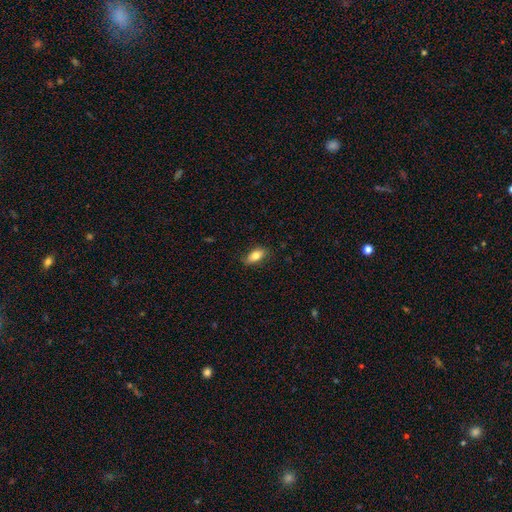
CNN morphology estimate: smooth 79%, featured or disk 14%, star or artifact 7%. Down the decision tree: how rounded — in between (86%); merging — none (83%).